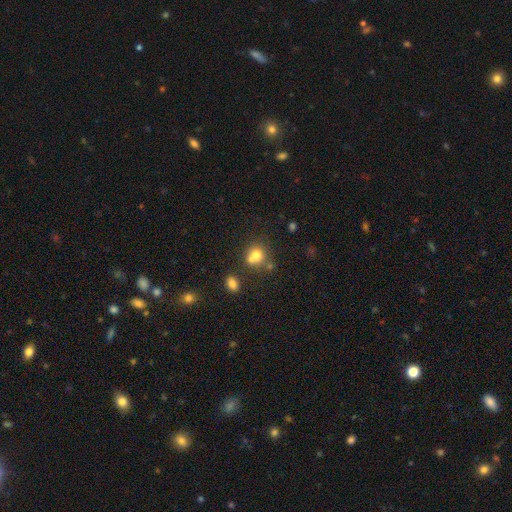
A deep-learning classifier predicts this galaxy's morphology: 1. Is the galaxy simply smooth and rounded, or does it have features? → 74% smooth, 13% featured or disk, 13% star or artifact.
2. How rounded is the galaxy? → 76% round, 23% in between, 1% cigar-shaped.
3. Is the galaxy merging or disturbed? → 45% none, 37% merger, 13% minor disturbance, 5% major disturbance.